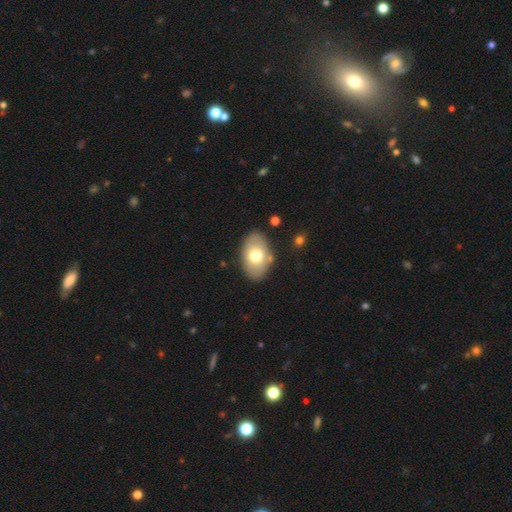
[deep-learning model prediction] This appears to be a smooth galaxy with no disk features (68%) that is in between round and cigar-shaped (90%). Merging: none (82%).